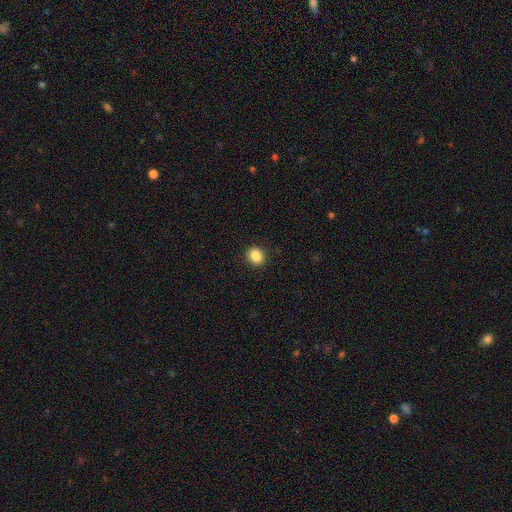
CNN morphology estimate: A smooth galaxy with no disk features (87%) that is round (69%). Merging: none (91%).